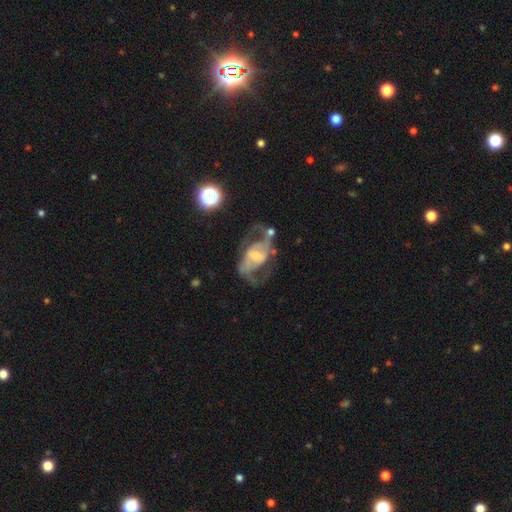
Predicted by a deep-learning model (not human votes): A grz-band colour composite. It shows a featured or disk galaxy (78%) with a weak bar (43%), 2 (83%) medium (47%) spiral arms (78%) and a moderate central bulge (39%). Merging: none (51%).